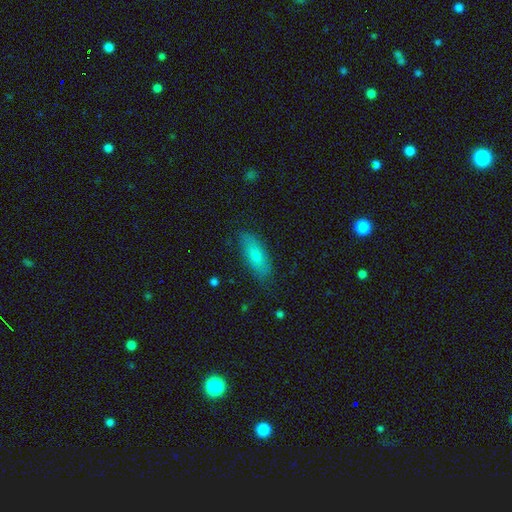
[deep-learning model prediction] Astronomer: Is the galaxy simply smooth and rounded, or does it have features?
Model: smooth — 77%.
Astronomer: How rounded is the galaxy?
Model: in between — 70%.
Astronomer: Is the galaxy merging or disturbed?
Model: none — 81%.